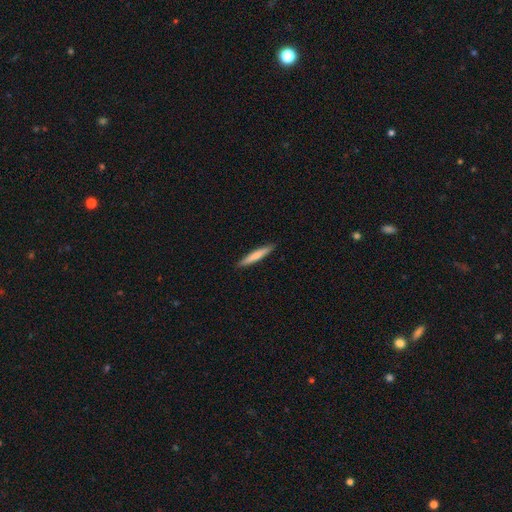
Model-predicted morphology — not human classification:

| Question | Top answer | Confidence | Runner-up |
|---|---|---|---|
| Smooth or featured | smooth | 71% | featured or disk (24%) |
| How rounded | cigar-shaped | 94% | in between (5%) |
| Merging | none | 91% | minor disturbance (6%) |